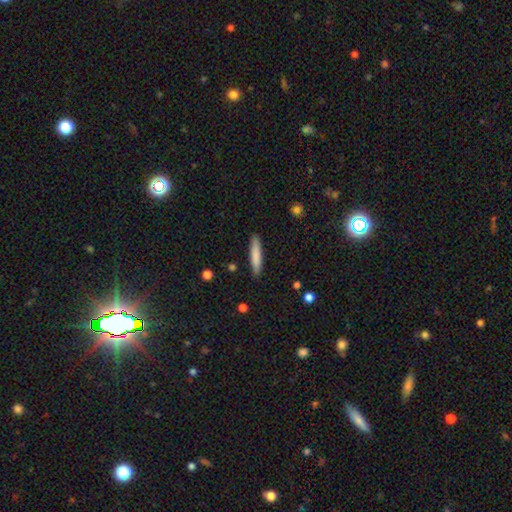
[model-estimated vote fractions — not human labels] smooth-or-featured: smooth: 81% | featured or disk: 13% | star or artifact: 6%
  how-rounded: cigar-shaped: 87% | in between: 12% | round: 1%
  merging: none: 89% | minor disturbance: 8% | major disturbance: 2% | merger: 1%